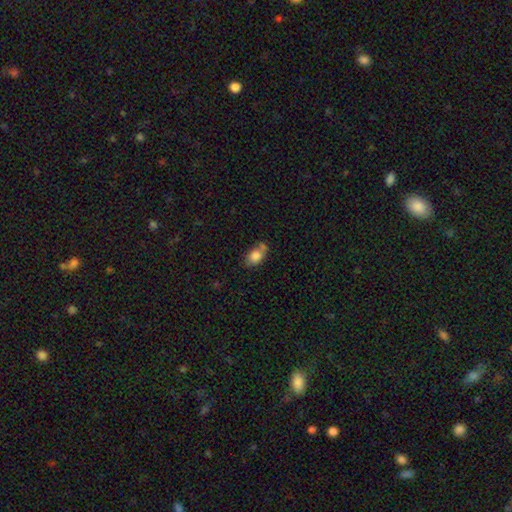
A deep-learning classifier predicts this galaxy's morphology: A smooth galaxy with no disk features (81%) that is in between round and cigar-shaped (80%).

Vote fractions:
- Smooth or featured? smooth: 81% / featured or disk: 10% / star or artifact: 9%
- How rounded? in between: 80% / round: 18% / cigar-shaped: 2%
- Merging? none: 46% / minor disturbance: 24% / merger: 22% / major disturbance: 8%